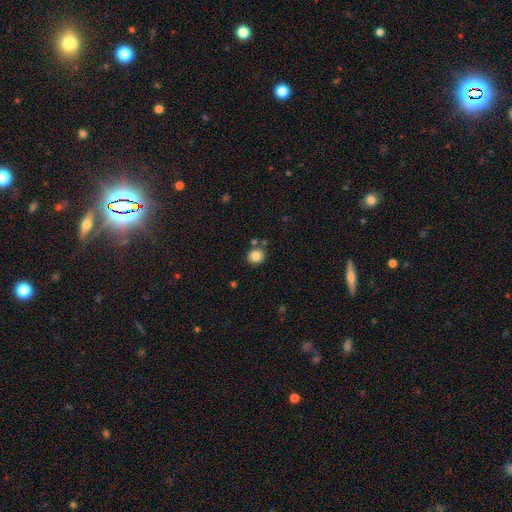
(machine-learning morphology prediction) smooth-or-featured: smooth: 84% | star or artifact: 10% | featured or disk: 6%
  how-rounded: round: 86% | in between: 13% | cigar-shaped: 1%
  merging: none: 78% | merger: 10% | minor disturbance: 9% | major disturbance: 3%